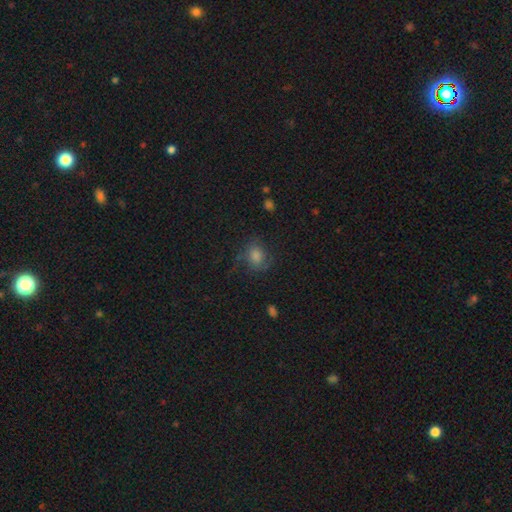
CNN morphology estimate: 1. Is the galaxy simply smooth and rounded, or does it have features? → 53% smooth, 28% featured or disk, 19% star or artifact.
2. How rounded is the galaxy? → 66% round, 33% in between, 1% cigar-shaped.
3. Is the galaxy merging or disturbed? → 62% none, 21% minor disturbance, 16% major disturbance, 2% merger.